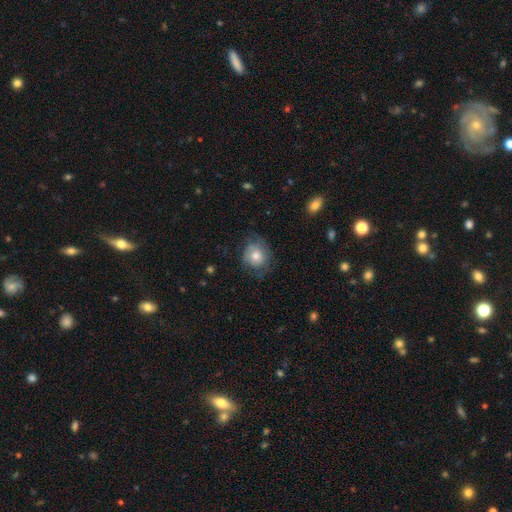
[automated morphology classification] The model was most divided on "smooth or featured": smooth: 54%, featured or disk: 38%, star or artifact: 8%. More confident: how rounded — round (76%); merging — none (61%).